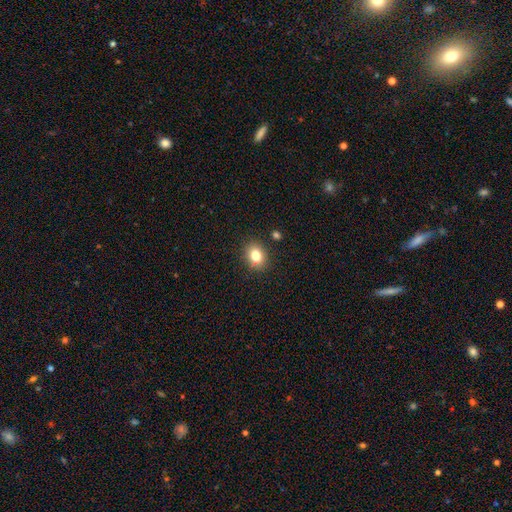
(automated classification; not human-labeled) Q: Smooth or featured?
A: smooth (81%); runner-up: star or artifact (11%)
Q: How rounded?
A: round (52%); runner-up: in between (47%)
Q: Merging?
A: none (83%); runner-up: minor disturbance (11%)